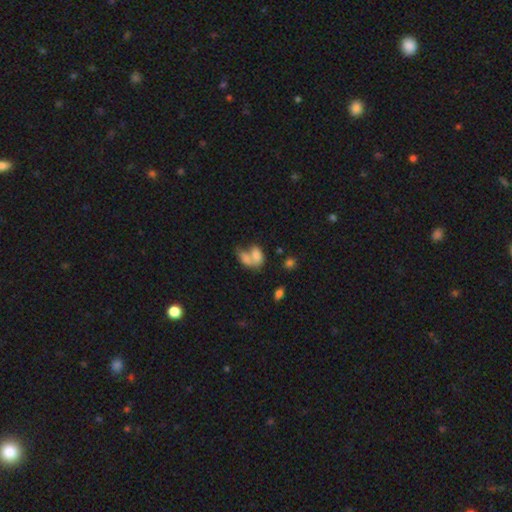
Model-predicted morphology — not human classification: Smooth or featured? Predicted: smooth (p=0.72). How rounded? Predicted: in between (p=0.83). Merging? Predicted: merger (p=0.64).